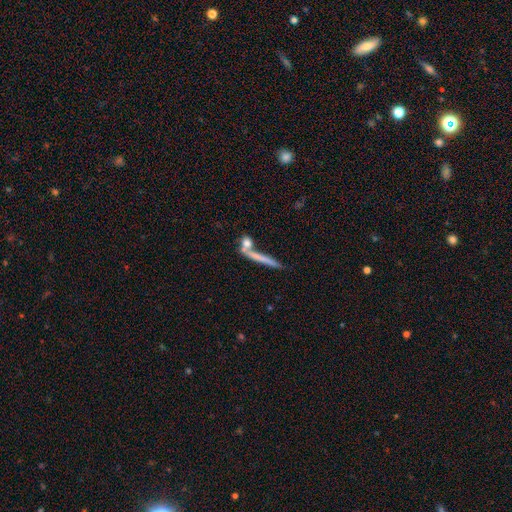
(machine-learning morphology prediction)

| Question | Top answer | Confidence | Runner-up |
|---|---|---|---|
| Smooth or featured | smooth | 42% | featured or disk (38%) |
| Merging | none | 57% | merger (25%) |